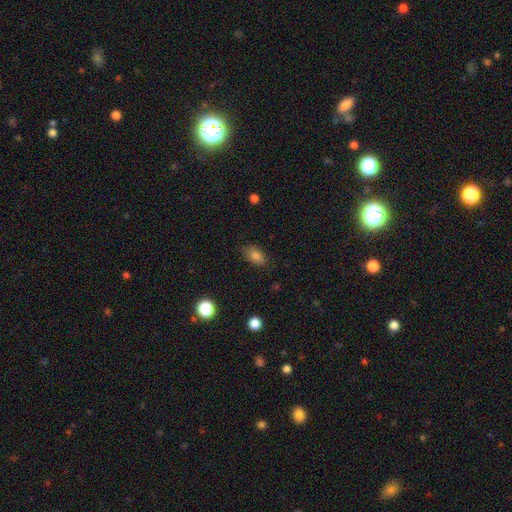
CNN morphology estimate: type=smooth (82%); roundness=in between (86%); merging=none (81%).